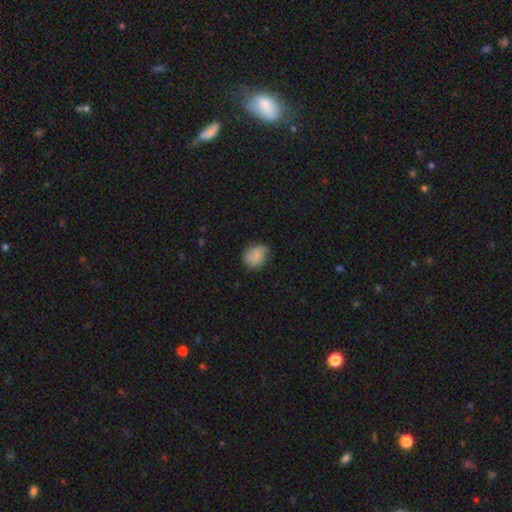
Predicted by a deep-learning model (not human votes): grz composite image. It shows a smooth galaxy with no disk features (76%) that is round (55%). Merging: none (66%).